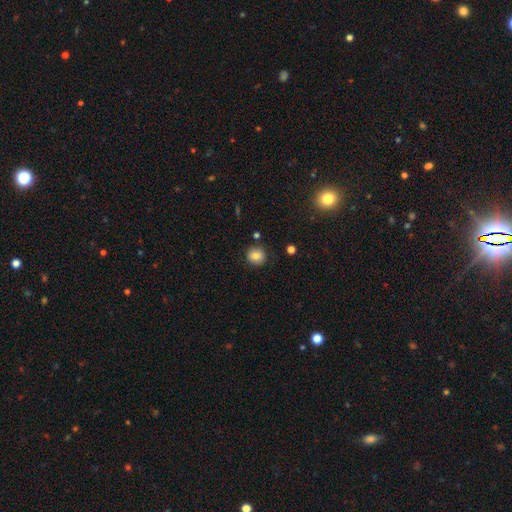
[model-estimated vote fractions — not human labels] smooth 81%, star or artifact 10%, featured or disk 9%. Down the decision tree: how rounded — round (87%); merging — none (86%).